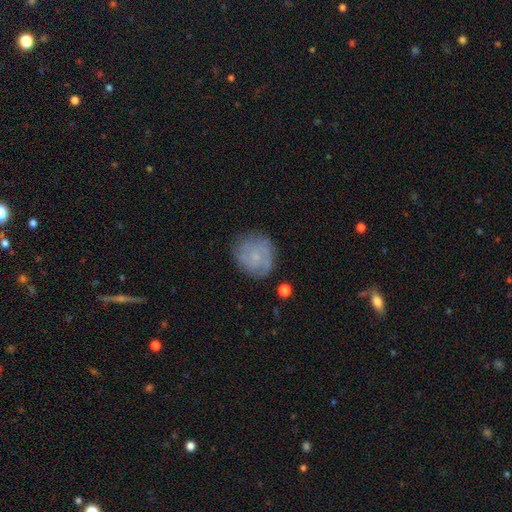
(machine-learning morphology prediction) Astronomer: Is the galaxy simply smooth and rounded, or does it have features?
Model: featured or disk — 59%.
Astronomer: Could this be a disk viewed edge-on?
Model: no — 98%.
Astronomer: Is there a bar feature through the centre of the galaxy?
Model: no — 76%.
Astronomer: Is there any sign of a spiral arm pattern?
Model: yes — 85%.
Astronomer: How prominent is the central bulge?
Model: small — 64%.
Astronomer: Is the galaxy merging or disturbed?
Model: none — 75%.